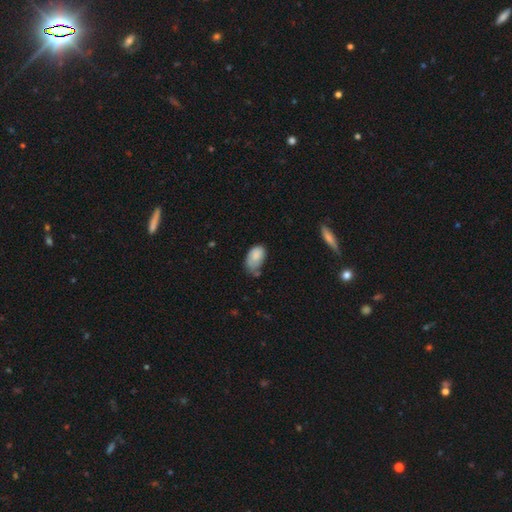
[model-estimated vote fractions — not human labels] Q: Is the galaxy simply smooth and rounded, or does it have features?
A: smooth — 81%.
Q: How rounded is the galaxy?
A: in between — 91%.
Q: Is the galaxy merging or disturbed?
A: minor disturbance — 40%.